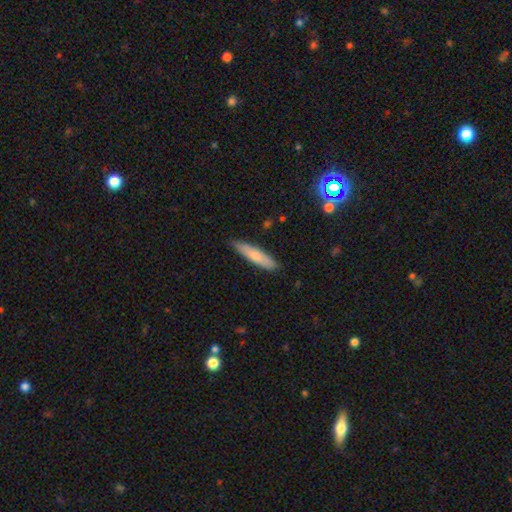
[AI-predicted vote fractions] Morphology: type=smooth (71%); roundness=cigar-shaped (82%); merging=none (86%).